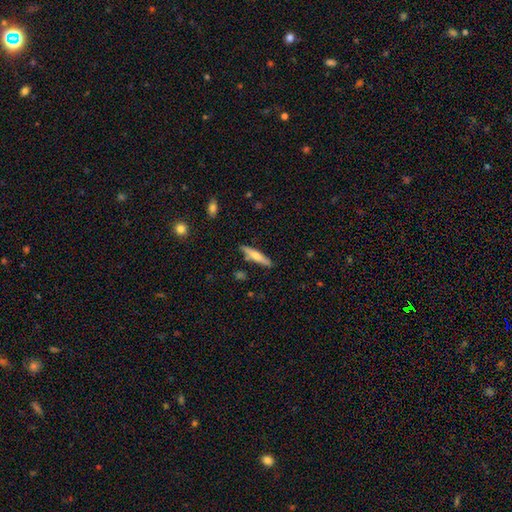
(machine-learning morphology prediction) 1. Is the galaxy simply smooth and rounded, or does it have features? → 57% smooth, 37% featured or disk, 6% star or artifact.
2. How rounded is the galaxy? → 86% cigar-shaped, 12% in between, 2% round.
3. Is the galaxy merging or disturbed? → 83% none, 11% minor disturbance, 4% merger, 2% major disturbance.